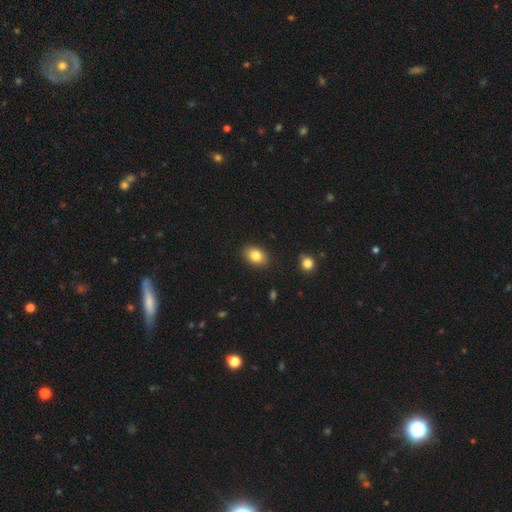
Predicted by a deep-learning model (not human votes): Smooth or featured: smooth — 84% (star or artifact — 8%)
How rounded: in between — 77% (round — 22%)
Merging: none — 88% (minor disturbance — 8%)